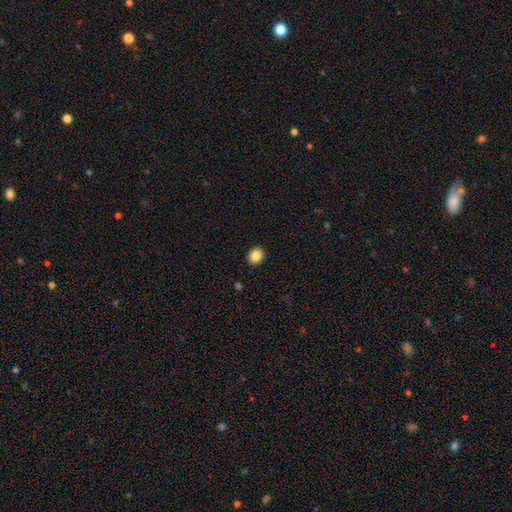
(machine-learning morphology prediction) smooth 86%, star or artifact 9%, featured or disk 5%. Down the decision tree: how rounded — round (67%); merging — none (92%).